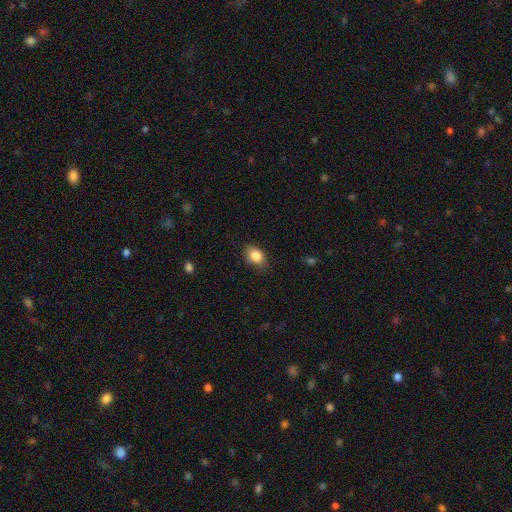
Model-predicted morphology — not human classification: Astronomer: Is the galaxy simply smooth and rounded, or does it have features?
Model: smooth — 85%.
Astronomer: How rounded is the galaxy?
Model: in between — 77%.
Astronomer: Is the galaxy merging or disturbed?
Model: none — 75%.